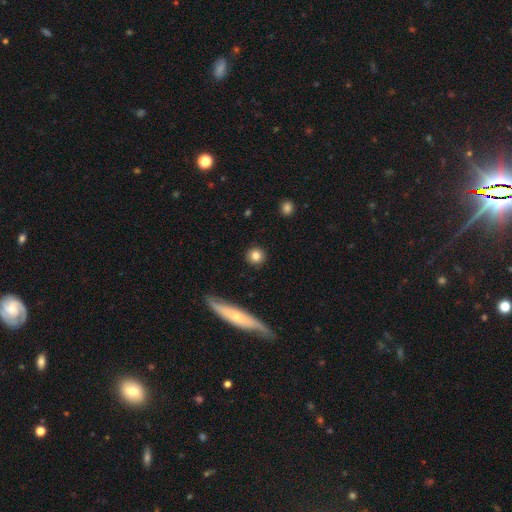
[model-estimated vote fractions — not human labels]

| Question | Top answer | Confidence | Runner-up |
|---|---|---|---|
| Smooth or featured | smooth | 83% | star or artifact (9%) |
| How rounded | round | 92% | in between (6%) |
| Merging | none | 90% | minor disturbance (6%) |